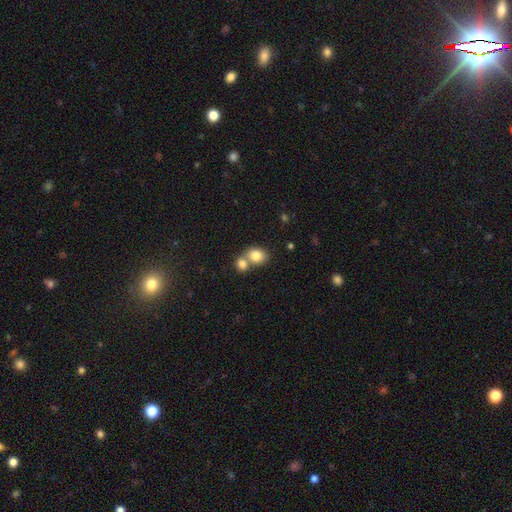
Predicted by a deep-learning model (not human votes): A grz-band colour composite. It shows a smooth galaxy with no disk features (82%) that is round (53%). Merging: merger (54%).